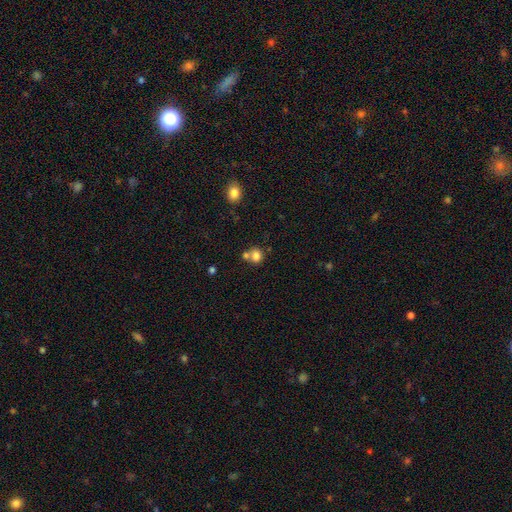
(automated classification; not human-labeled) A smooth galaxy with no disk features (80%) that is round (78%).

Vote fractions:
- Smooth or featured? smooth: 80% / star or artifact: 11% / featured or disk: 9%
- How rounded? round: 78% / in between: 21% / cigar-shaped: 1%
- Merging? none: 51% / merger: 37% / minor disturbance: 9% / major disturbance: 3%